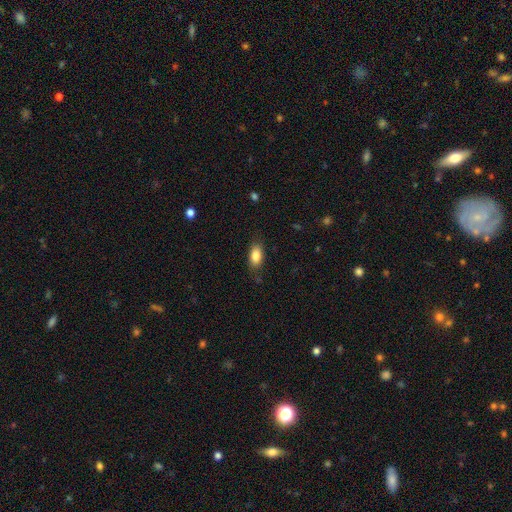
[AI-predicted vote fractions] A smooth galaxy with no disk features (85%) that is in between round and cigar-shaped (88%).

Vote fractions:
- Smooth or featured? smooth: 85% / featured or disk: 8% / star or artifact: 8%
- How rounded? in between: 88% / cigar-shaped: 7% / round: 5%
- Merging? none: 79% / minor disturbance: 15% / major disturbance: 4% / merger: 1%